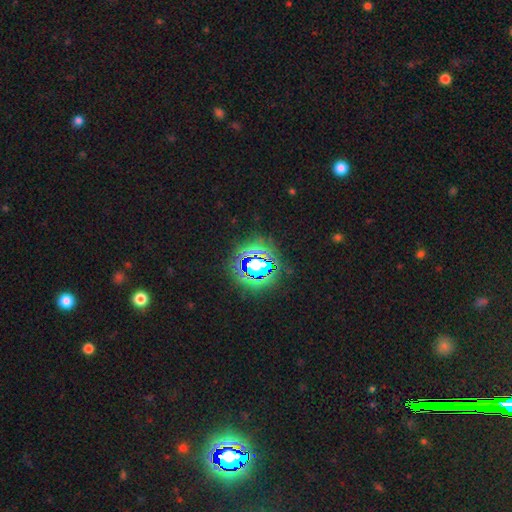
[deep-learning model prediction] Smooth or featured: star or artifact — 81% (smooth — 12%)